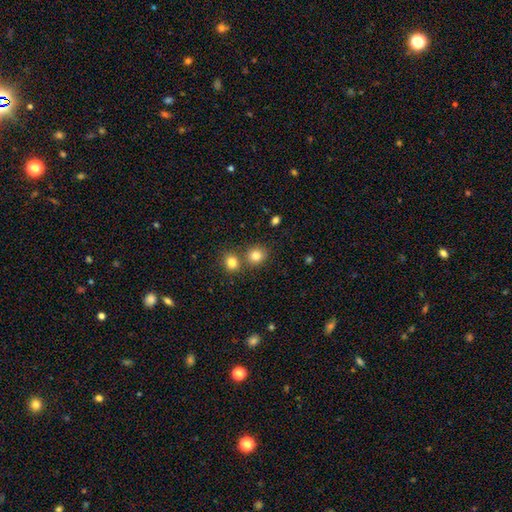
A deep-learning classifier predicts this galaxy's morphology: smooth 82%, star or artifact 11%, featured or disk 6%. Down the decision tree: how rounded — round (81%); merging — none (63%).